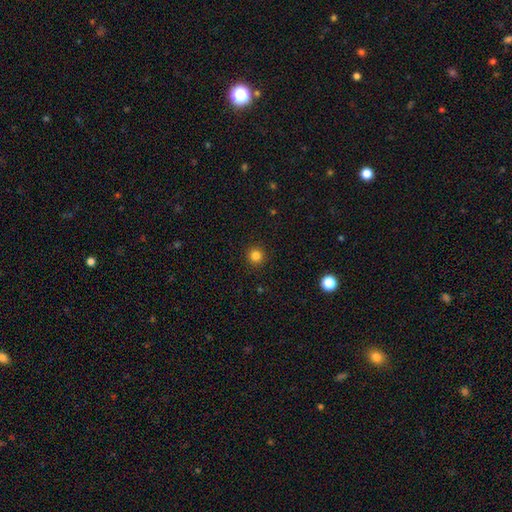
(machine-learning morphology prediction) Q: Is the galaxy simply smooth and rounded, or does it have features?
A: smooth — 83%.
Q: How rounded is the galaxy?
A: round — 95%.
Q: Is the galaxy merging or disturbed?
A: none — 93%.